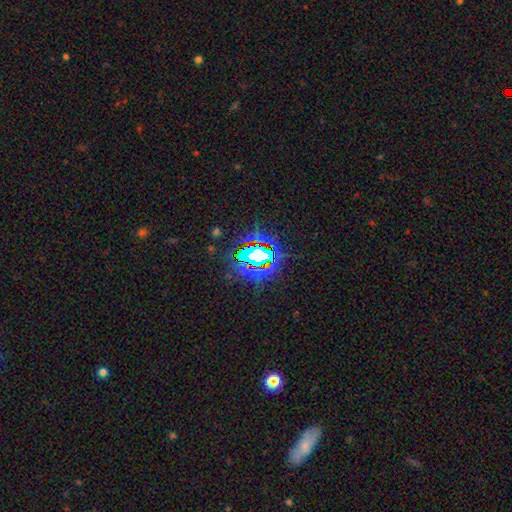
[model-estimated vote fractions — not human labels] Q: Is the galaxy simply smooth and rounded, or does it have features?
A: star or artifact — 71%.